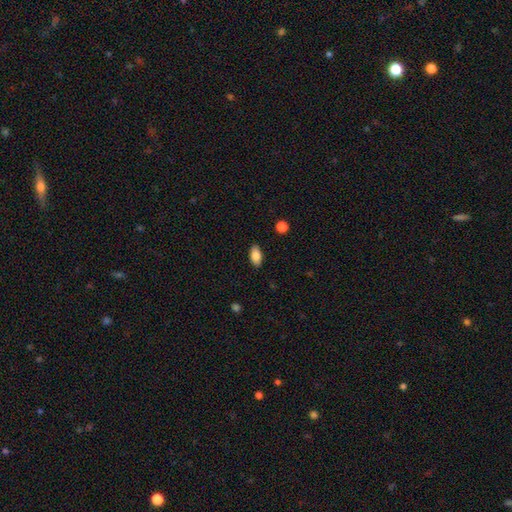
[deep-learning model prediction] Q: Smooth or featured?
A: smooth (83%); runner-up: featured or disk (9%)
Q: How rounded?
A: in between (91%); runner-up: cigar-shaped (5%)
Q: Merging?
A: none (87%); runner-up: minor disturbance (9%)